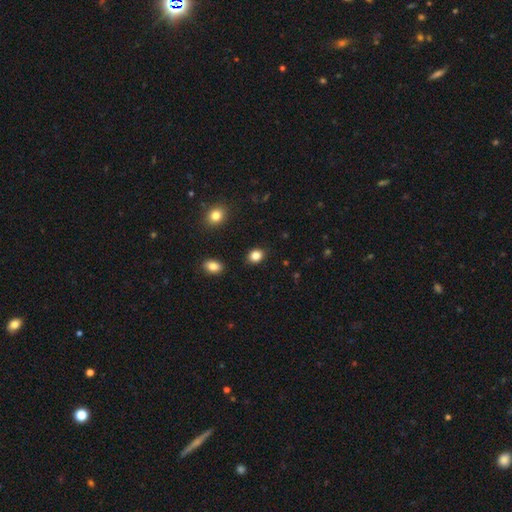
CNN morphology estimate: Smooth or featured?
  - smooth: 84% *
  - star or artifact: 10%
  - featured or disk: 5%
How rounded?
  - round: 50% *
  - in between: 49%
  - cigar-shaped: 1%
Merging?
  - none: 87% *
  - minor disturbance: 9%
  - major disturbance: 2%
  - merger: 2%